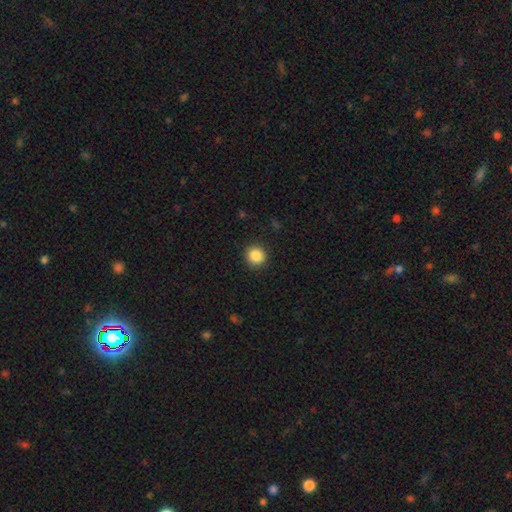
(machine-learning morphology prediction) The model was most divided on "smooth or featured": smooth: 87%, star or artifact: 9%, featured or disk: 3%. More confident: how rounded — round (94%); merging — none (92%).